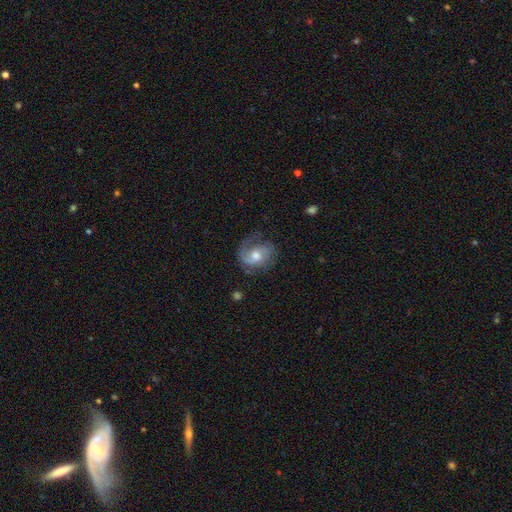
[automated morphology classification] This is likely a featured or disk galaxy (72%). It is clearly not viewed edge-on (97%). Bar: possibly no (57%). Spiral arm pattern: clearly yes (91%). Spiral arm count: possibly 2 (50%). Spiral winding: marginally medium (44%). Central bulge: likely moderate (67%). Merging: likely none (61%).